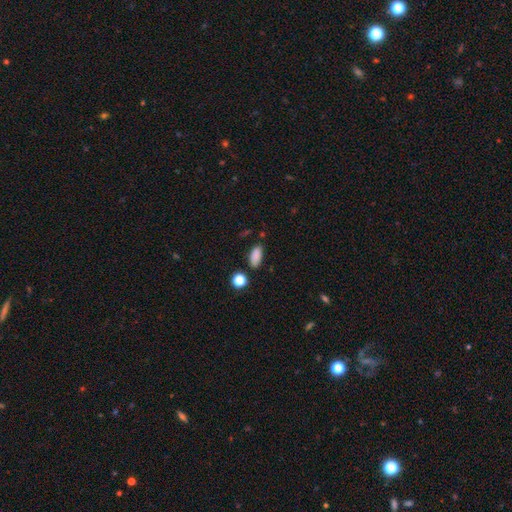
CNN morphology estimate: Smooth or featured? smooth (86%)
How rounded? in between (84%)
Merging? none (80%)